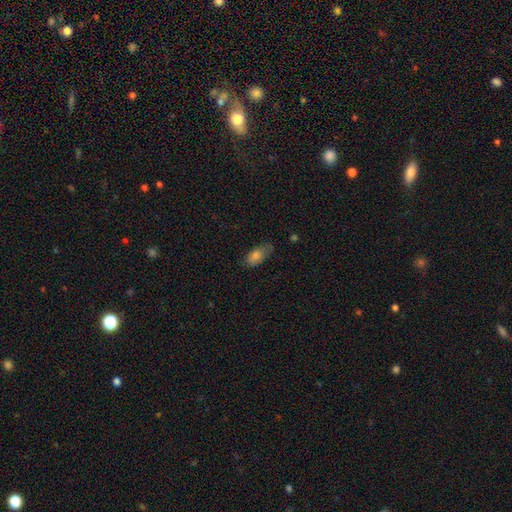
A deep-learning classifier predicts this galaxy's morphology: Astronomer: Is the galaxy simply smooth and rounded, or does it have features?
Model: smooth — 75%.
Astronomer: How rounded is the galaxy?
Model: in between — 88%.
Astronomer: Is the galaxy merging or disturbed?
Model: none — 62%.